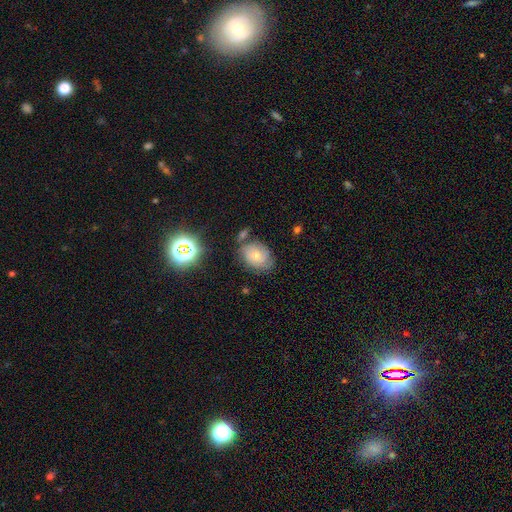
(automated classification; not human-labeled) This appears to be a smooth galaxy with no disk features (49%). Merging: none (64%).